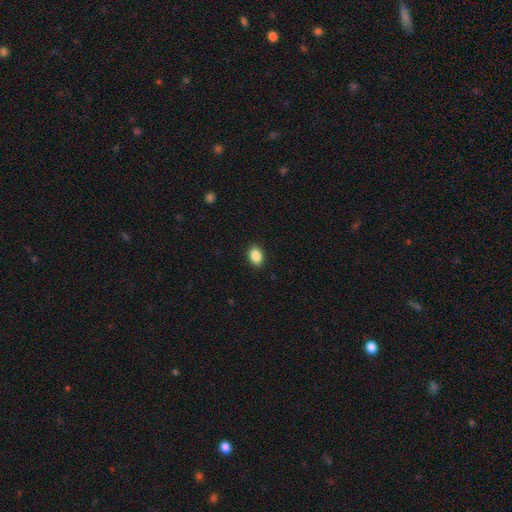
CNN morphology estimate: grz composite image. It shows a smooth galaxy with no disk features (88%) that is in between round and cigar-shaped (80%). Merging: none (91%).